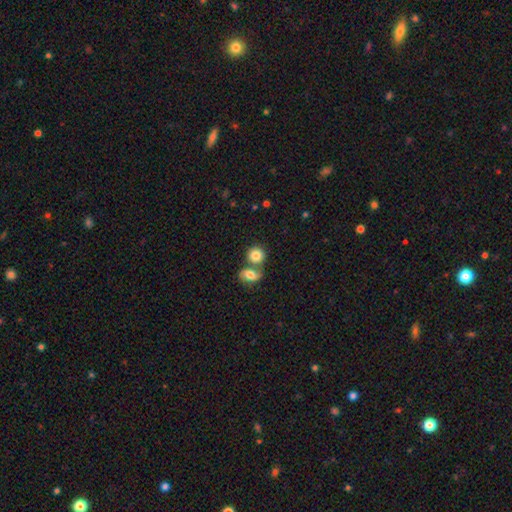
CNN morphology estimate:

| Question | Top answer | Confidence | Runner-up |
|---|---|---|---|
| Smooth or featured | smooth | 81% | featured or disk (12%) |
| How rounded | round | 77% | in between (22%) |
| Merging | merger | 47% | none (42%) |